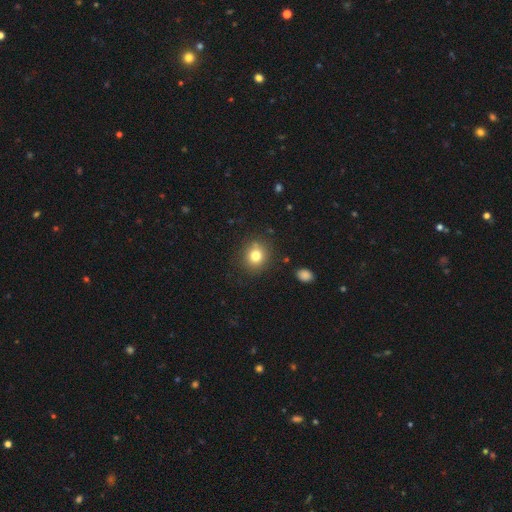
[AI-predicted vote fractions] Overall: smooth (79%). How rounded: round (80%). Merging: none (83%).